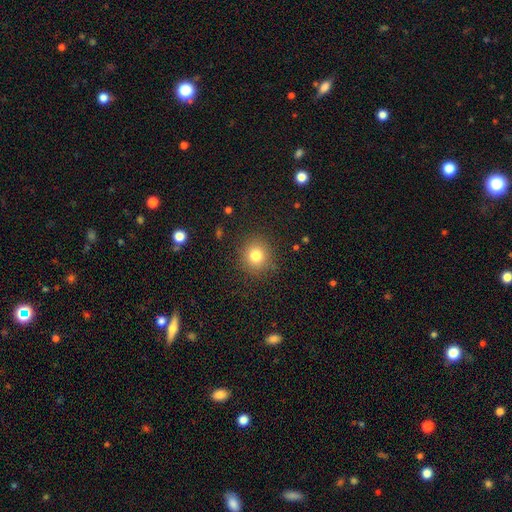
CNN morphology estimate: type=smooth (80%); roundness=round (89%); merging=none (88%).